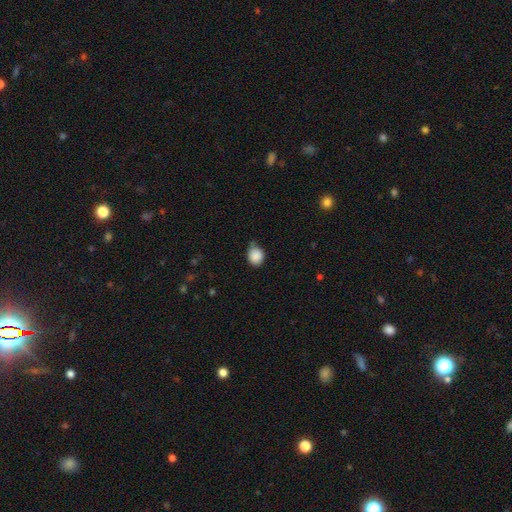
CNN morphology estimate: type=smooth (88%); roundness=round (67%); merging=none (61%).